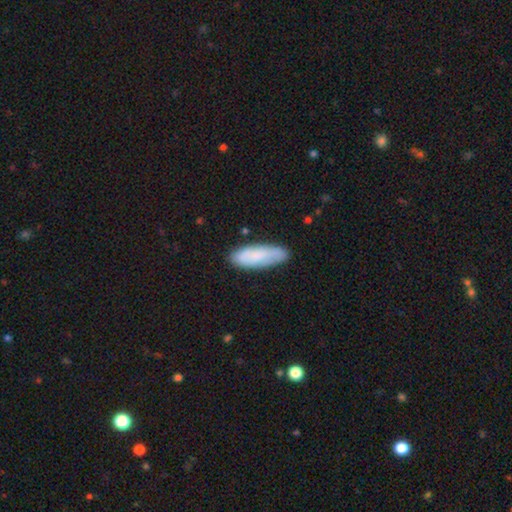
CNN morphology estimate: Overall: smooth (73%). How rounded: in between (60%; cigar-shaped 39%). Merging: none (79%).